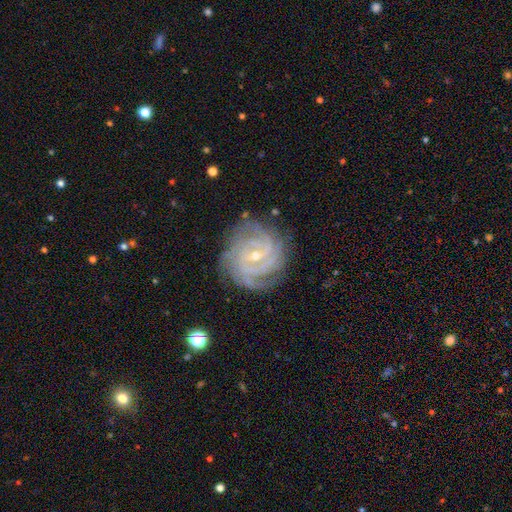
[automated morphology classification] A featured or disk galaxy (89%) with a weak bar (45%), 4 (30%) tight (78%) spiral arms (98%) and a small central bulge (74%).

Vote fractions:
- Smooth or featured? featured or disk: 89% / star or artifact: 6% / smooth: 5%
- Edge-on disk? no: 98% / yes: 2%
- Bar? weak: 45% / no: 36% / strong: 19%
- Spiral arms? yes: 98% / no: 2%
- Spiral winding? tight: 78% / medium: 19% / loose: 3%
- Spiral arm count? 4: 30% / 3: 20% / can't tell: 19% / 2: 12% / more than 4: 12% / 1: 7%
- Bulge size? small: 74% / moderate: 23% / none: 1% / large: 1% / dominant: 1%
- Merging? none: 80% / minor disturbance: 14% / major disturbance: 4% / merger: 1%